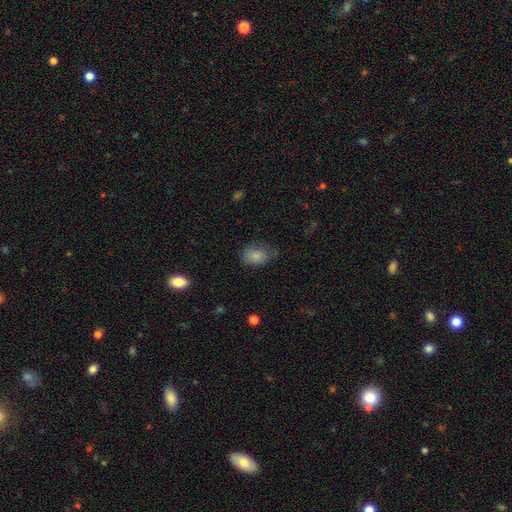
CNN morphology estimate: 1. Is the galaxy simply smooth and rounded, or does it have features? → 83% smooth, 9% star or artifact, 8% featured or disk.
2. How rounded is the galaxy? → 77% in between, 22% round, 1% cigar-shaped.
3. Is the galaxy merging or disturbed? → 58% none, 30% minor disturbance, 10% major disturbance, 2% merger.